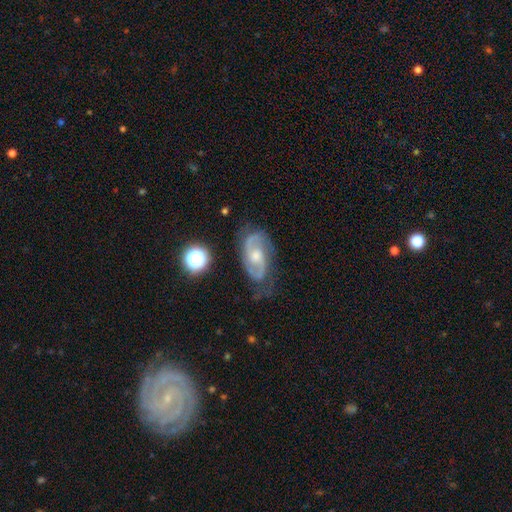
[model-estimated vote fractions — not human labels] Smooth or featured?
  - featured or disk: 84% *
  - smooth: 8%
  - star or artifact: 7%
Edge-on disk?
  - no: 96% *
  - yes: 4%
Bar?
  - no: 52% *
  - weak: 39%
  - strong: 9%
Spiral arms?
  - yes: 96% *
  - no: 4%
Spiral winding?
  - medium: 53% *
  - tight: 29%
  - loose: 18%
Spiral arm count?
  - 2: 87% *
  - can't tell: 6%
  - 3: 2%
  - 1: 2%
  - 4: 1%
  - more than 4: 1%
Bulge size?
  - moderate: 60% *
  - small: 32%
  - large: 5%
  - none: 3%
  - dominant: 1%
Merging?
  - none: 69% *
  - minor disturbance: 21%
  - major disturbance: 9%
  - merger: 2%